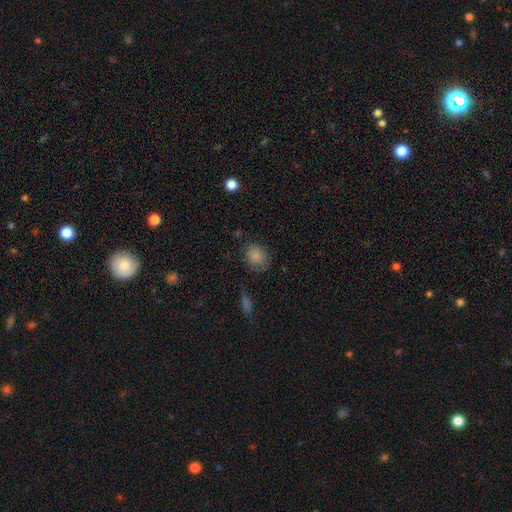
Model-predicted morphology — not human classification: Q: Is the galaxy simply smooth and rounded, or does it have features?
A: smooth — 84%.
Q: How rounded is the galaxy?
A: in between — 52%.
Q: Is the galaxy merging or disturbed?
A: none — 71%.